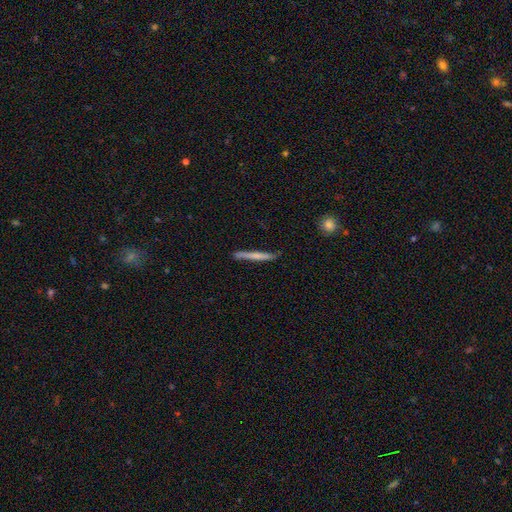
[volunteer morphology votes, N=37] A featured or disk galaxy (51%) viewed edge-on (100%) with no central bulge (68%). Merging: none (83%).